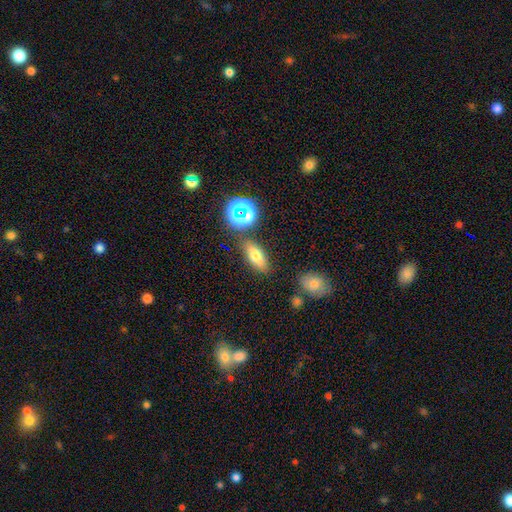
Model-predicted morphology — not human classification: Smooth or featured? smooth (66%)
How rounded? in between (70%)
Merging? none (81%)